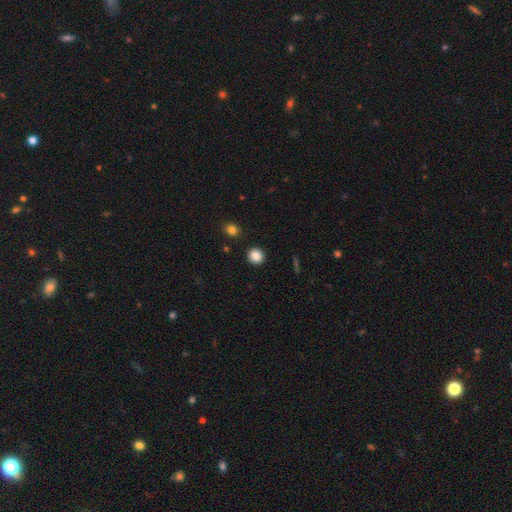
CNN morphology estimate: A smooth galaxy with no disk features (86%) that is round (92%).

Vote fractions:
- Smooth or featured? smooth: 86% / star or artifact: 10% / featured or disk: 4%
- How rounded? round: 92% / in between: 7% / cigar-shaped: 1%
- Merging? none: 92% / minor disturbance: 5% / major disturbance: 2% / merger: 2%